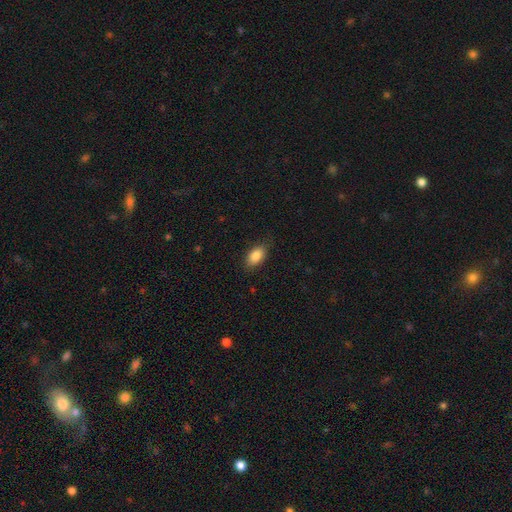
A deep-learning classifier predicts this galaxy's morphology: Overall: smooth (88%). How rounded: in between (91%). Merging: none (82%).